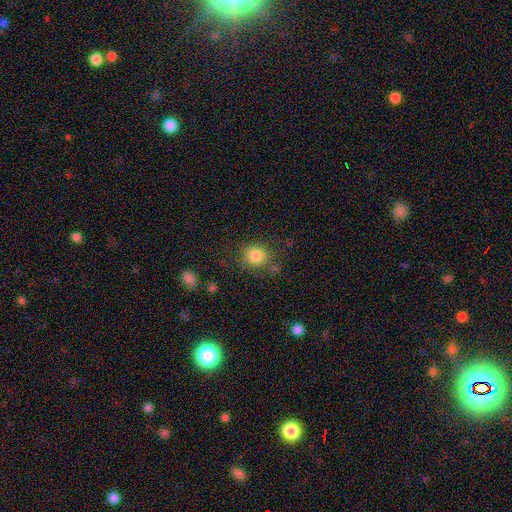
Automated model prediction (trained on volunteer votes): Morphology: type=smooth (84%); roundness=round (83%); merging=none (76%).